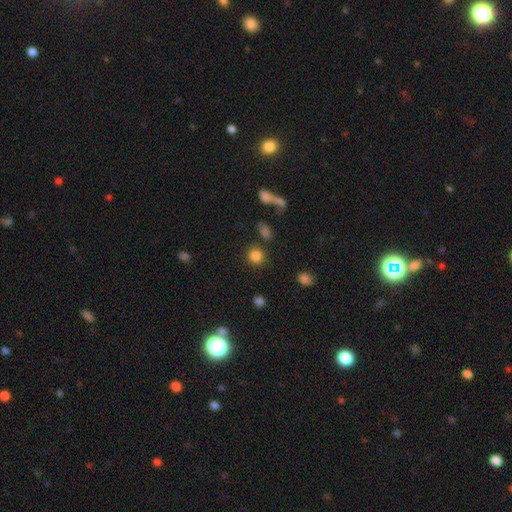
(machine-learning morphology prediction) type=smooth (83%); roundness=round (89%); merging=none (82%).